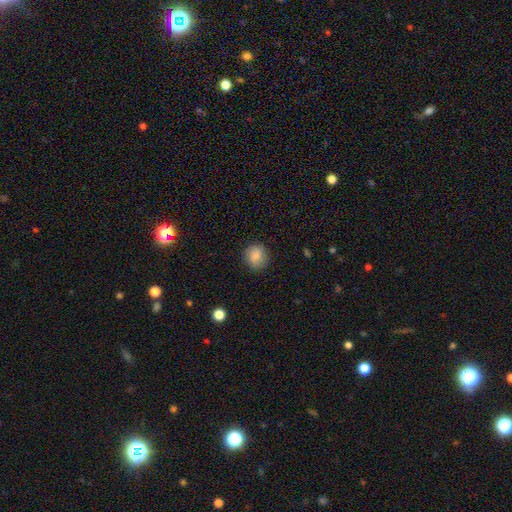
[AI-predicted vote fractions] Smooth or featured?
  - smooth: 83% *
  - star or artifact: 8%
  - featured or disk: 8%
How rounded?
  - round: 84% *
  - in between: 15%
  - cigar-shaped: 1%
Merging?
  - none: 85% *
  - minor disturbance: 11%
  - major disturbance: 3%
  - merger: 1%